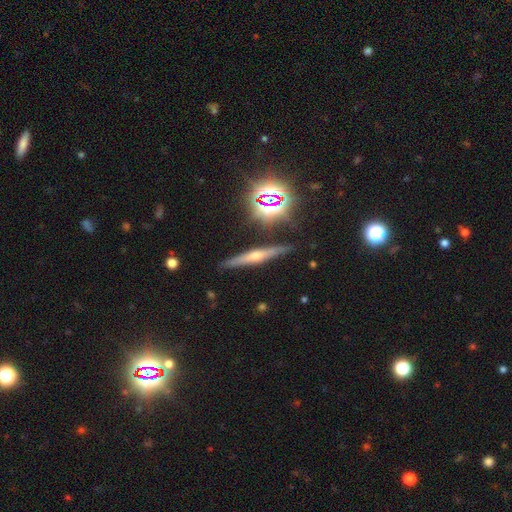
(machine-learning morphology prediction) Smooth or featured? featured or disk (59%)
Edge-on disk? yes (95%)
Edge-on bulge? rounded (82%)
Merging? none (87%)